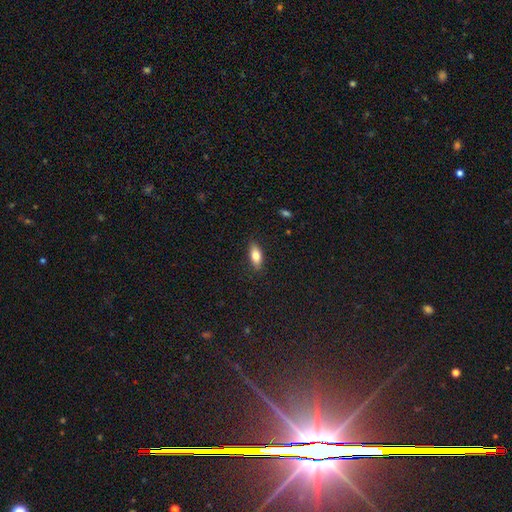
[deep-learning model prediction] smooth 77%, featured or disk 16%, star or artifact 7%. Down the decision tree: how rounded — in between (77%); merging — none (87%).